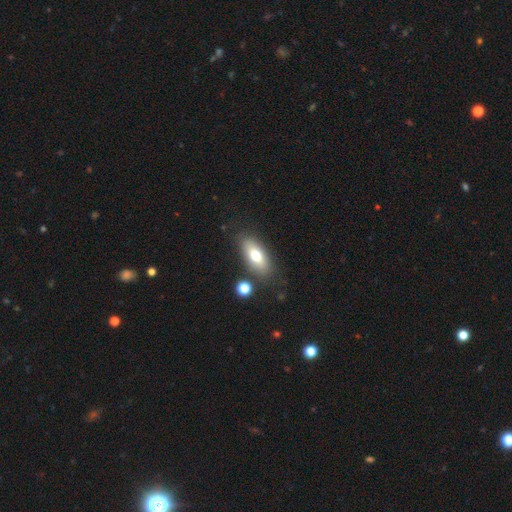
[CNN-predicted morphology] smooth 69%, featured or disk 23%, star or artifact 8%. Down the decision tree: how rounded — in between (82%); merging — none (79%).